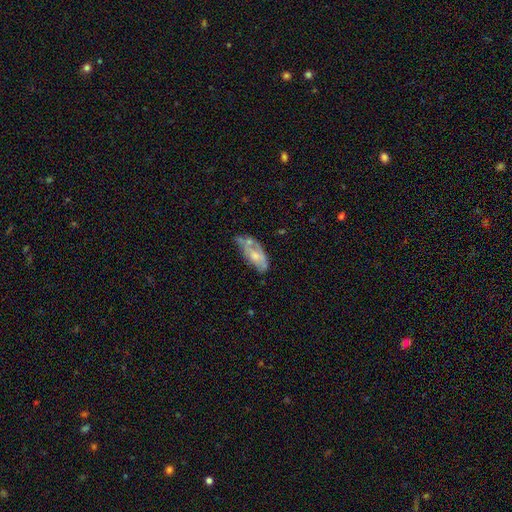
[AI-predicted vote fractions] Smooth or featured? featured or disk (47%)
Merging? none (34%)